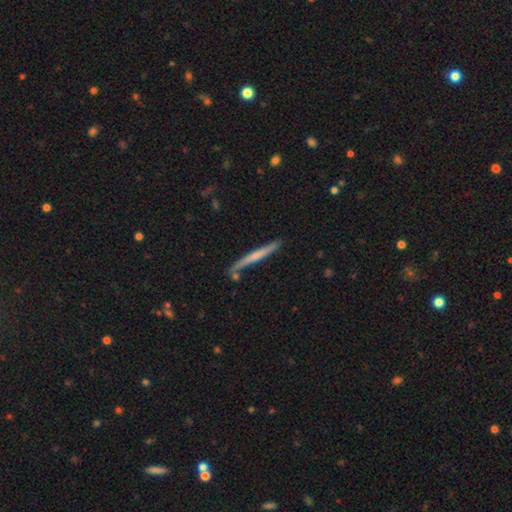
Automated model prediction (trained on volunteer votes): Morphology: type=smooth (49%); merging=none (80%).